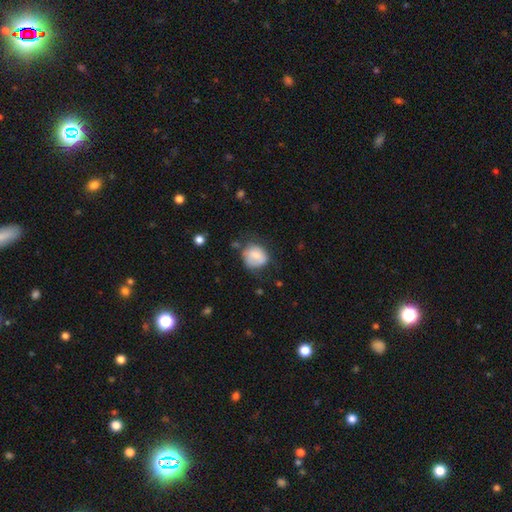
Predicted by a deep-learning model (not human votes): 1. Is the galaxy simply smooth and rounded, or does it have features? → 76% smooth, 16% featured or disk, 8% star or artifact.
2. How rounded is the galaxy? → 67% round, 32% in between, 1% cigar-shaped.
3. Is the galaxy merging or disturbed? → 53% none, 31% minor disturbance, 12% major disturbance, 4% merger.